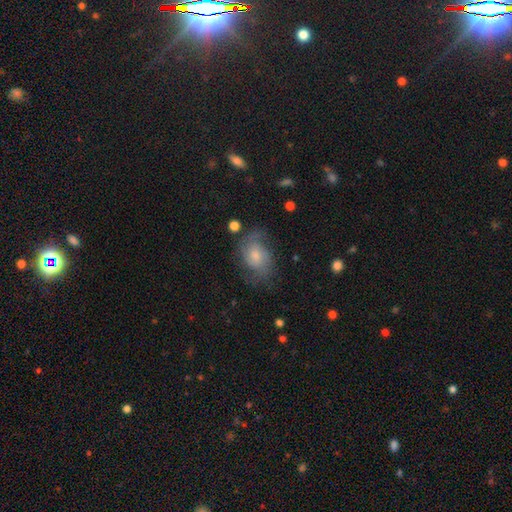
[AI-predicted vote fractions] featured or disk 55%, smooth 37%, star or artifact 9%. Down the decision tree: edge-on disk — no (97%); bar — no (67%); spiral arms — yes (84%); bulge size — small (43%); merging — none (57%).